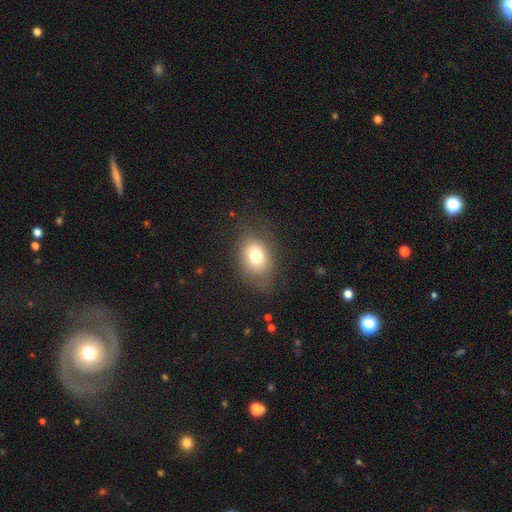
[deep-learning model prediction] This is likely a smooth galaxy (75%). How rounded: likely in between (70%). Merging: likely none (75%).